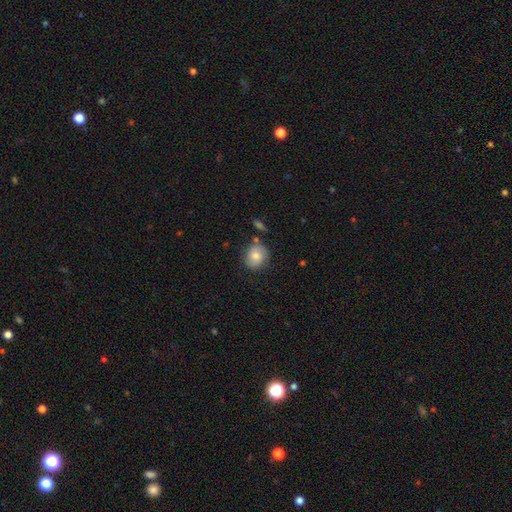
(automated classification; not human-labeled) A smooth galaxy with no disk features (66%) that is round (76%).

Vote fractions:
- Smooth or featured? smooth: 66% / featured or disk: 26% / star or artifact: 8%
- How rounded? round: 76% / in between: 23% / cigar-shaped: 1%
- Merging? none: 74% / minor disturbance: 17% / merger: 5% / major disturbance: 4%